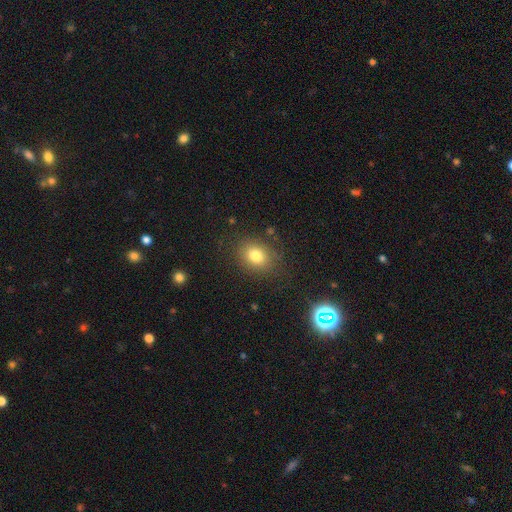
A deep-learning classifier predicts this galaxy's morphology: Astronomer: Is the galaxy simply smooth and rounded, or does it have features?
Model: smooth — 79%.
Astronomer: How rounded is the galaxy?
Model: in between — 56% (runner-up: round, 43%).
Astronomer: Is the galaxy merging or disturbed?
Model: none — 82%.